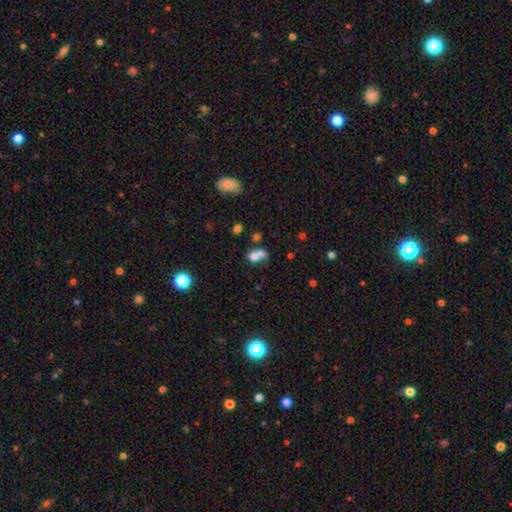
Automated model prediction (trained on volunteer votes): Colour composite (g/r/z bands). It shows a smooth galaxy with no disk features (69%) that is round (53%). Merging: merger (66%).